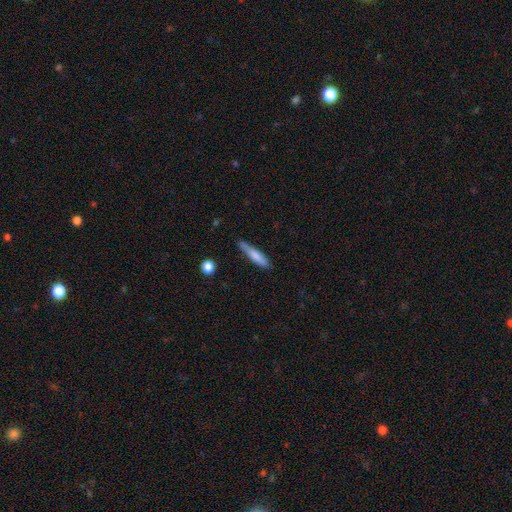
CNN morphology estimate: This appears to be a smooth galaxy with no disk features (74%) that is cigar-shaped (84%). Merging: none (67%).